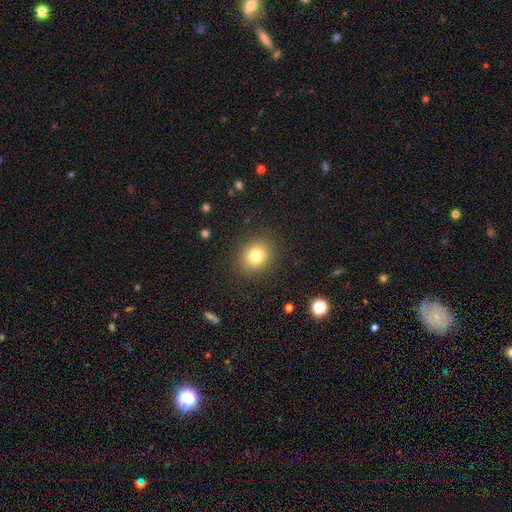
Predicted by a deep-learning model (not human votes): smooth-or-featured: smooth: 80% | star or artifact: 12% | featured or disk: 9%
  how-rounded: round: 68% | in between: 31% | cigar-shaped: 1%
  merging: none: 88% | minor disturbance: 8% | major disturbance: 3% | merger: 1%